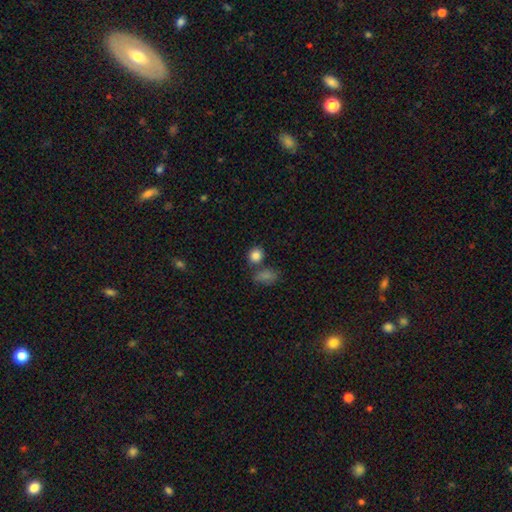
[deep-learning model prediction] smooth_or_featured: smooth (p=0.84) [alt: star or artifact p=0.10]
how_rounded: round (p=0.71) [alt: in between p=0.27]
merging: none (p=0.65) [alt: merger p=0.19]